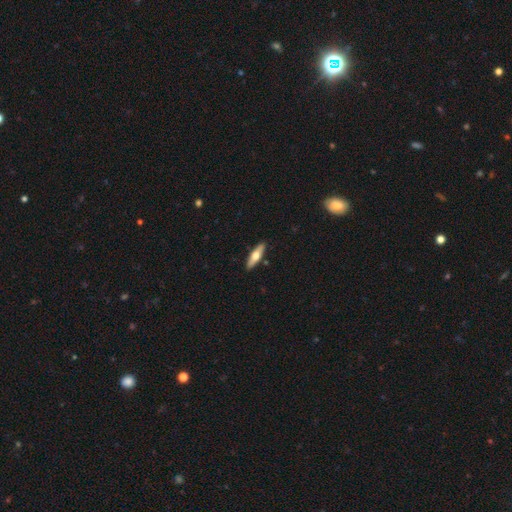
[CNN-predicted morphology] smooth_or_featured: smooth (p=0.53) [alt: featured or disk p=0.41]
how_rounded: cigar-shaped (p=0.62) [alt: in between p=0.36]
merging: none (p=0.89) [alt: minor disturbance p=0.08]